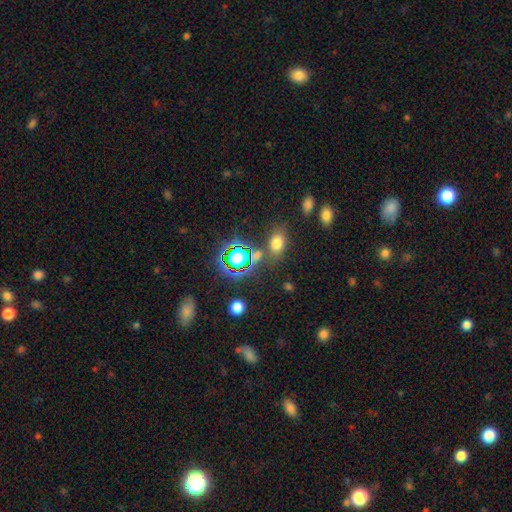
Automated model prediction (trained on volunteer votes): smooth 52%, star or artifact 38%, featured or disk 9%. Down the decision tree: how rounded — in between (64%); merging — none (78%).